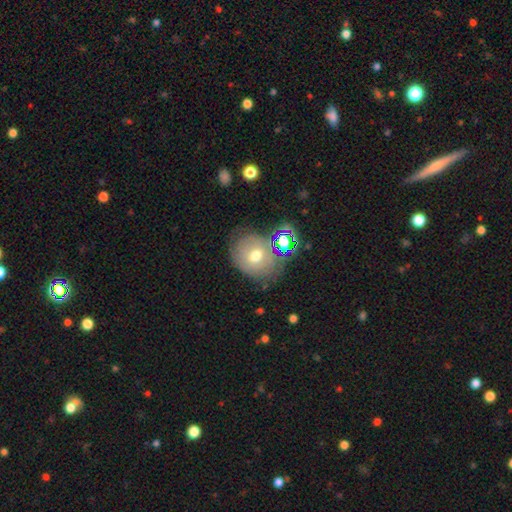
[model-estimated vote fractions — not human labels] Smooth or featured? smooth (54%)
How rounded? round (65%)
Merging? none (64%)